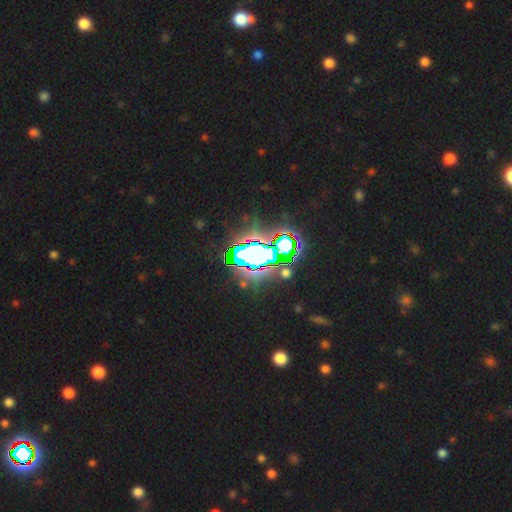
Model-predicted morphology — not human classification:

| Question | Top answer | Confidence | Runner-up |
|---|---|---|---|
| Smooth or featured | star or artifact | 74% | smooth (13%) |